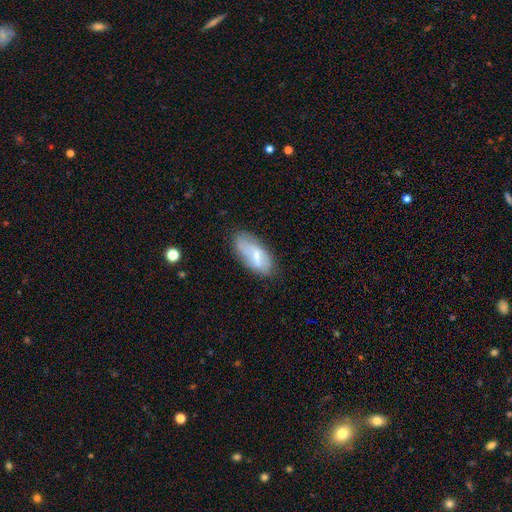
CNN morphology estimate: Overall: smooth (56%; featured or disk 37%). How rounded: in between (88%). Merging: none (65%).